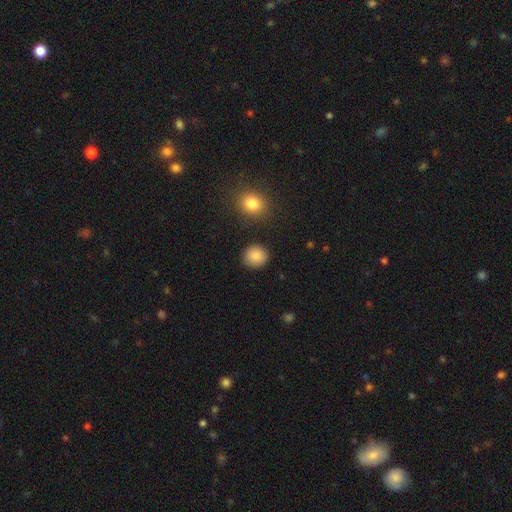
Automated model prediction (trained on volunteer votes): Morphology: type=smooth (88%); roundness=round (86%); merging=none (88%).